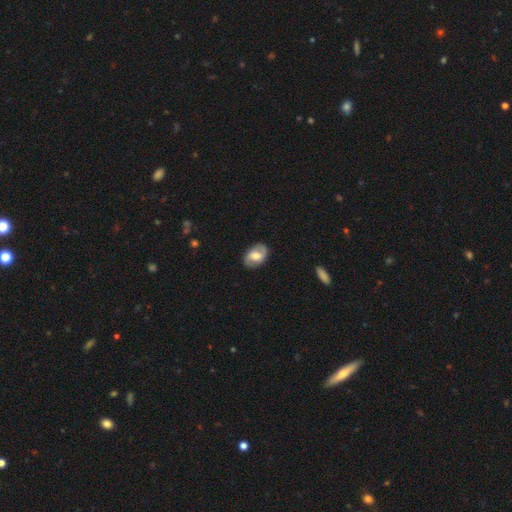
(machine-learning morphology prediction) type=featured or disk (58%); edge-on=no (95%); bar=weak (45%); spiral arms=yes (82%); bulge=moderate (66%); merging=none (84%).